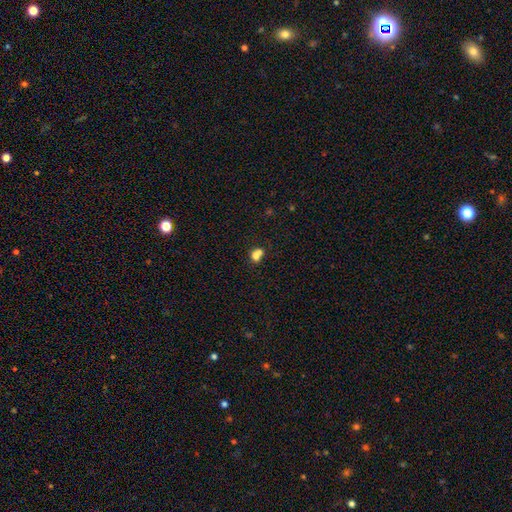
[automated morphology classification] This is likely a smooth galaxy (72%). How rounded: likely round (68%). Merging: possibly merger (53%).